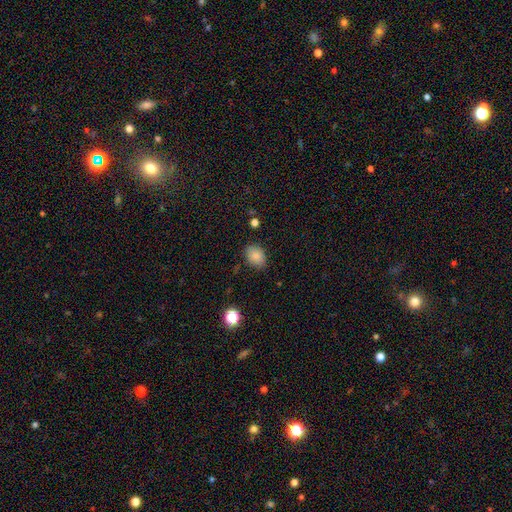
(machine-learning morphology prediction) Smooth or featured: smooth — 84% (star or artifact — 9%)
How rounded: in between — 72% (round — 27%)
Merging: none — 81% (minor disturbance — 14%)